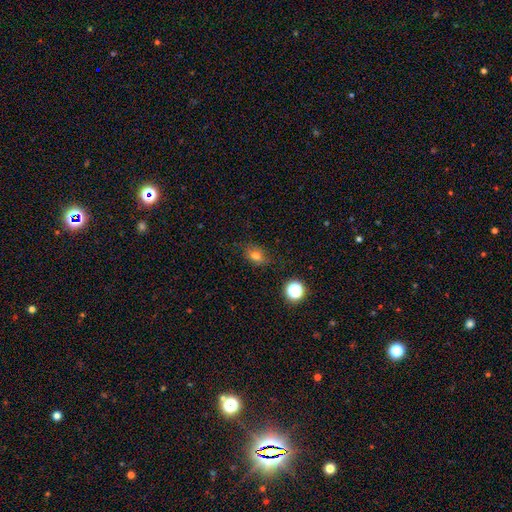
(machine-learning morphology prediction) type=smooth (75%); roundness=in between (67%); merging=none (76%).